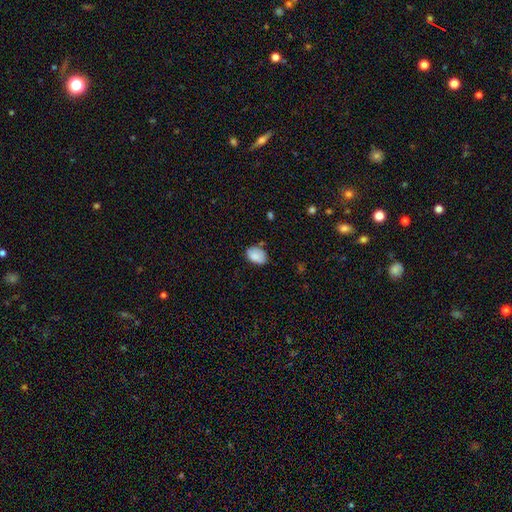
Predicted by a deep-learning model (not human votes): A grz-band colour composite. It shows a smooth galaxy with no disk features (84%) that is in between round and cigar-shaped (83%). Merging: none (62%).